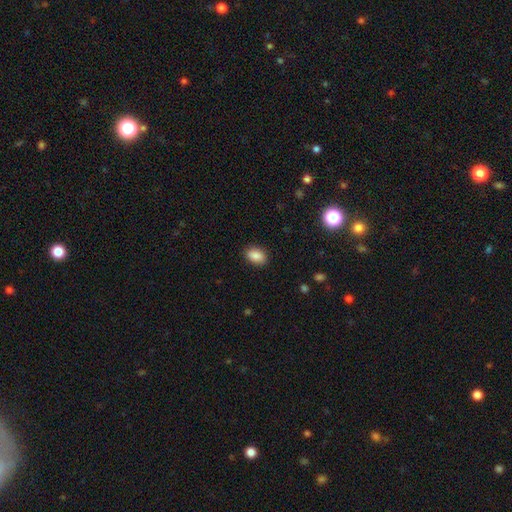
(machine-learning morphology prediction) smooth 87%, star or artifact 8%, featured or disk 4%. Down the decision tree: how rounded — in between (87%); merging — none (88%).